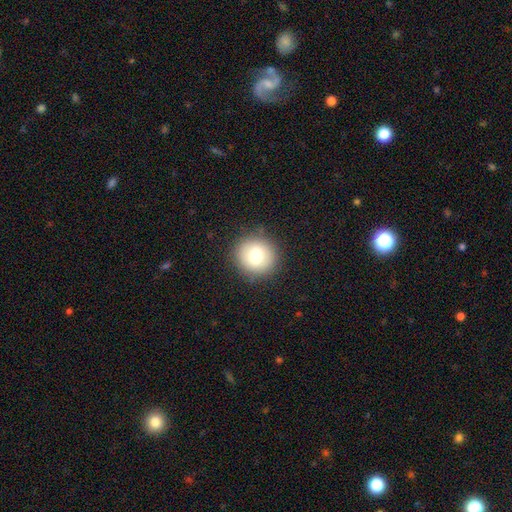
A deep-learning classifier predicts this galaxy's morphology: Q: Smooth or featured?
A: smooth (74%); runner-up: featured or disk (16%)
Q: How rounded?
A: round (90%); runner-up: in between (9%)
Q: Merging?
A: none (87%); runner-up: minor disturbance (9%)